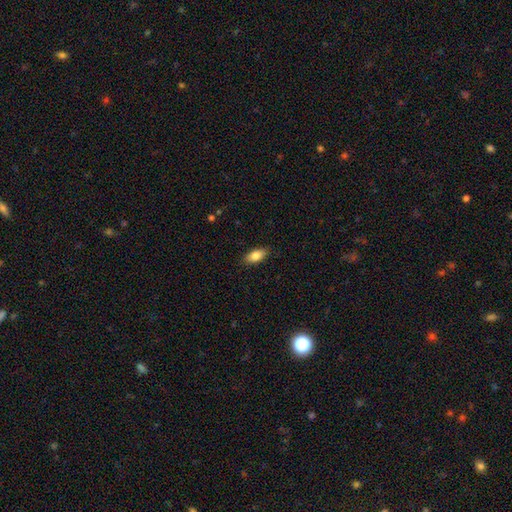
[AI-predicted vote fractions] This is clearly a smooth galaxy (83%). How rounded: clearly in between (89%). Merging: clearly none (87%).